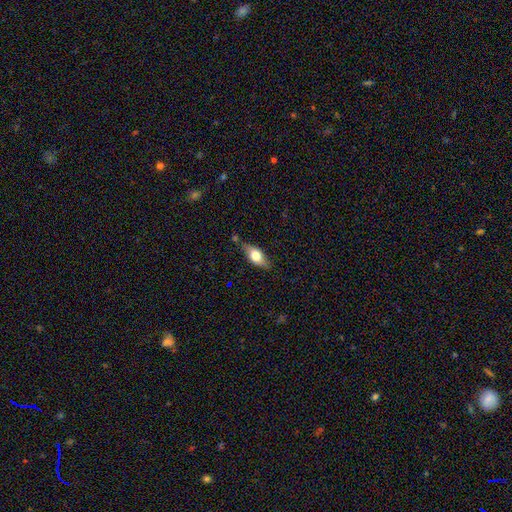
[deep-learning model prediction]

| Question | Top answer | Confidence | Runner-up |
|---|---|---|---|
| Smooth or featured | smooth | 60% | featured or disk (33%) |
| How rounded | in between | 78% | cigar-shaped (17%) |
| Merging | none | 74% | minor disturbance (18%) |